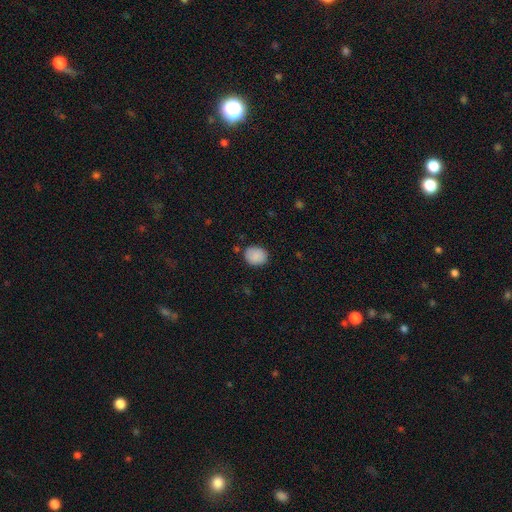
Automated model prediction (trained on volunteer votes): A smooth galaxy with no disk features (88%) that is round (59%).

Vote fractions:
- Smooth or featured? smooth: 88% / star or artifact: 7% / featured or disk: 4%
- How rounded? round: 59% / in between: 40% / cigar-shaped: 1%
- Merging? none: 83% / minor disturbance: 12% / major disturbance: 3% / merger: 2%